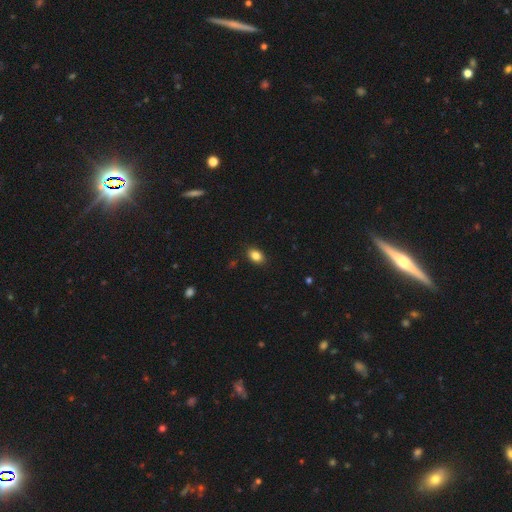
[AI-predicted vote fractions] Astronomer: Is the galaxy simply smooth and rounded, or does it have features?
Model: smooth — 85%.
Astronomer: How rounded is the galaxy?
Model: in between — 80%.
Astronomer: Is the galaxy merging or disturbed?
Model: none — 88%.